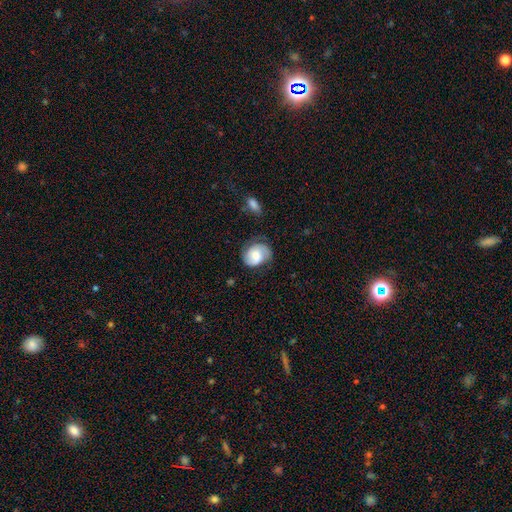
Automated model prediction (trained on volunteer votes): Smooth or featured: featured or disk — 55% (smooth — 37%)
Edge-on disk: no — 98% (yes — 2%)
Bar: no — 62% (weak — 32%)
Spiral arms: yes — 90% (no — 10%)
Bulge size: moderate — 42% (large — 25%)
Merging: none — 57% (minor disturbance — 27%)